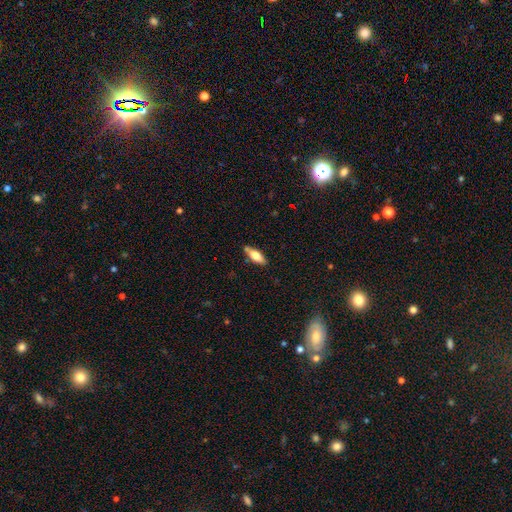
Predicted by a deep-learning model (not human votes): Morphology: type=smooth (60%); roundness=in between (63%); merging=none (80%).